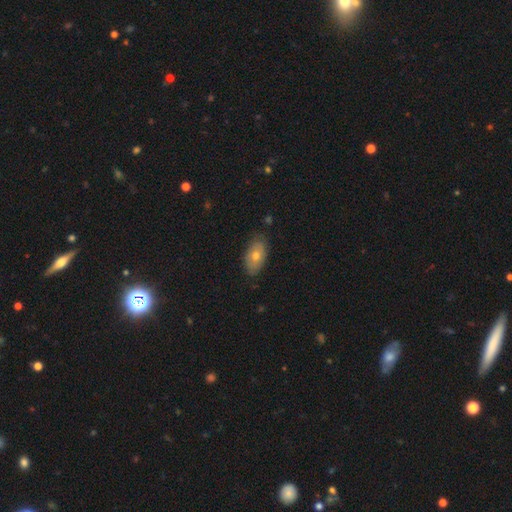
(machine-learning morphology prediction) This appears to be a smooth galaxy with no disk features (57%) that is in between round and cigar-shaped (91%). Merging: none (79%).